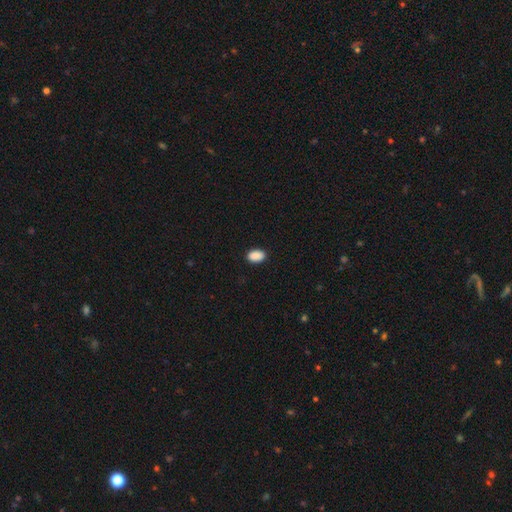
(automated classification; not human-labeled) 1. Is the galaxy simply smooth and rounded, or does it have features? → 90% smooth, 8% star or artifact, 2% featured or disk.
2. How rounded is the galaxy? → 87% in between, 12% round, 1% cigar-shaped.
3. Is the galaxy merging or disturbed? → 88% none, 9% minor disturbance, 2% major disturbance, 1% merger.